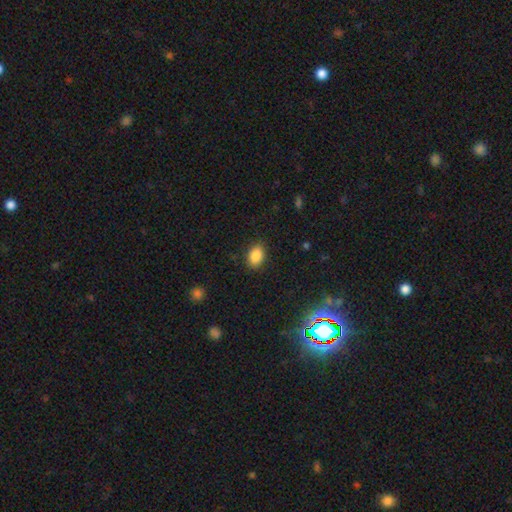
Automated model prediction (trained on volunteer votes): Smooth or featured: smooth — 87% (star or artifact — 9%)
How rounded: in between — 83% (round — 16%)
Merging: none — 86% (minor disturbance — 10%)